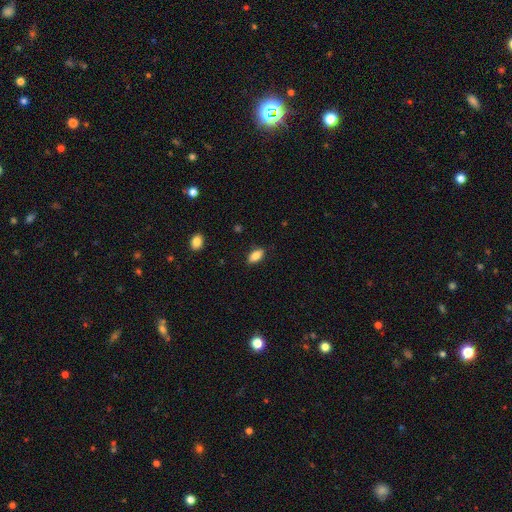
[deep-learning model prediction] A smooth galaxy with no disk features (84%) that is in between round and cigar-shaped (88%). Merging: none (85%).